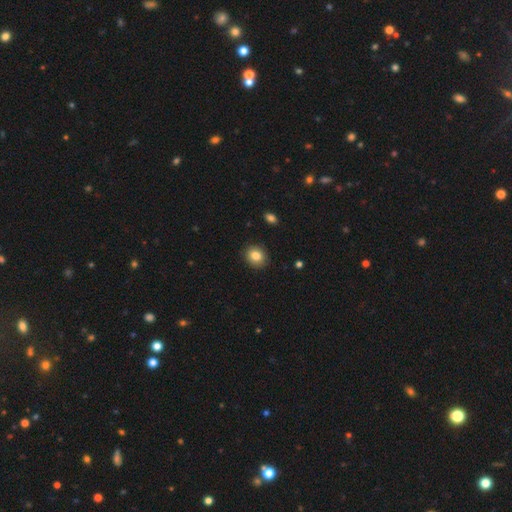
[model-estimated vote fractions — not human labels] Smooth or featured? smooth (84%)
How rounded? round (71%)
Merging? none (90%)